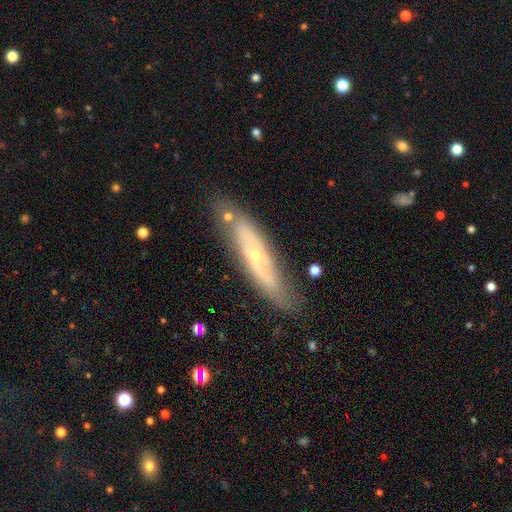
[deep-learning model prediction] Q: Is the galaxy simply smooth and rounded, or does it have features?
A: featured or disk — 61%.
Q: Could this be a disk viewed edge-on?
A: no — 53%.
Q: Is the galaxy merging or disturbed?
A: none — 74%.